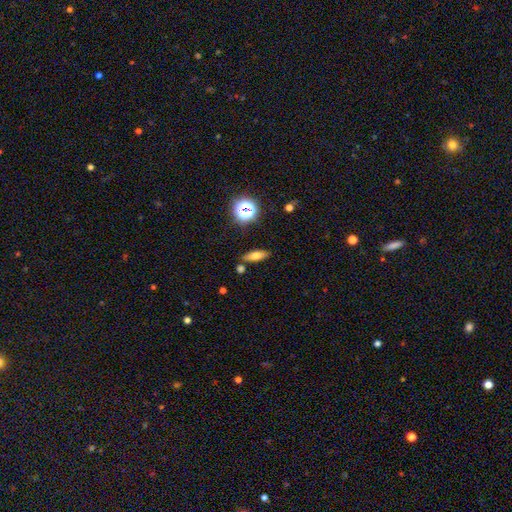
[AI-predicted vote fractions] A smooth galaxy with no disk features (64%) that is in between round and cigar-shaped (60%).

Vote fractions:
- Smooth or featured? smooth: 64% / featured or disk: 22% / star or artifact: 14%
- How rounded? in between: 60% / cigar-shaped: 33% / round: 8%
- Merging? none: 80% / minor disturbance: 11% / merger: 6% / major disturbance: 3%